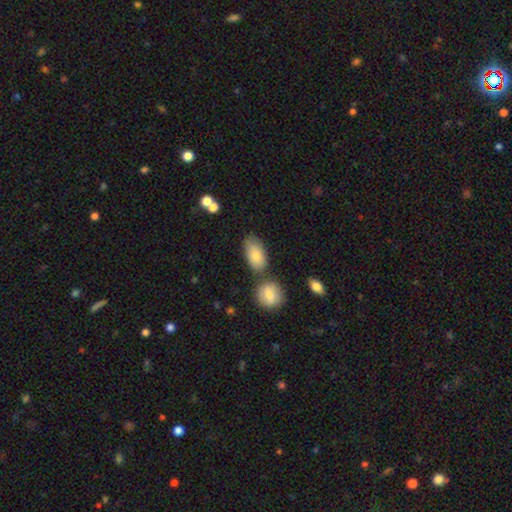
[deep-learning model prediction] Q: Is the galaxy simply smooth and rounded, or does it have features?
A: smooth — 80%.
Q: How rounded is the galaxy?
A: in between — 91%.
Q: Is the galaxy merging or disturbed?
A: none — 59%.